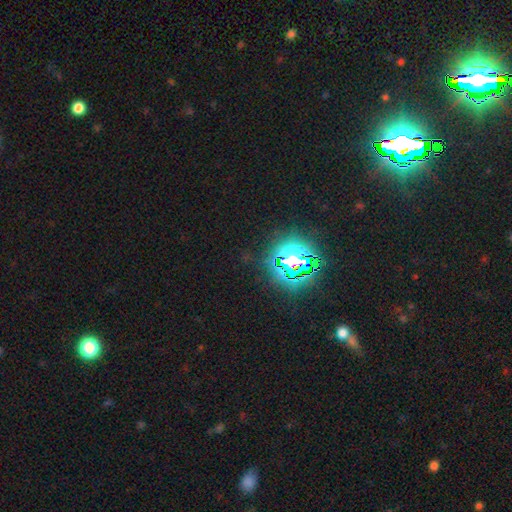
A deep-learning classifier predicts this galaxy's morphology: The model was most divided on "smooth or featured": star or artifact: 82%, smooth: 11%, featured or disk: 8%.